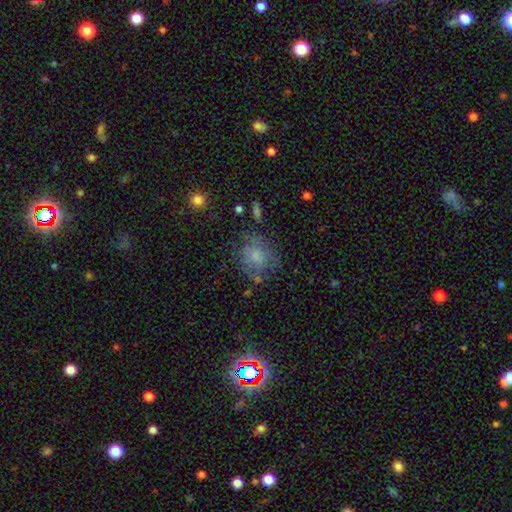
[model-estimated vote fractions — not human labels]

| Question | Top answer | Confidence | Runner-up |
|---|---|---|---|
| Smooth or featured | smooth | 67% | featured or disk (23%) |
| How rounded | round | 73% | in between (26%) |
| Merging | none | 57% | minor disturbance (24%) |